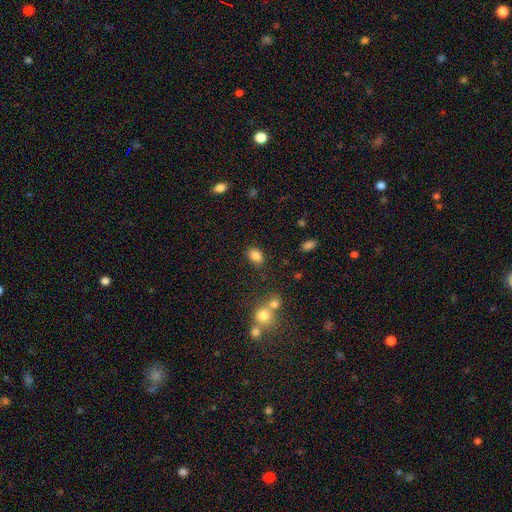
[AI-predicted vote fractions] Smooth or featured: smooth — 84% (star or artifact — 10%)
How rounded: in between — 79% (round — 20%)
Merging: none — 77% (minor disturbance — 13%)